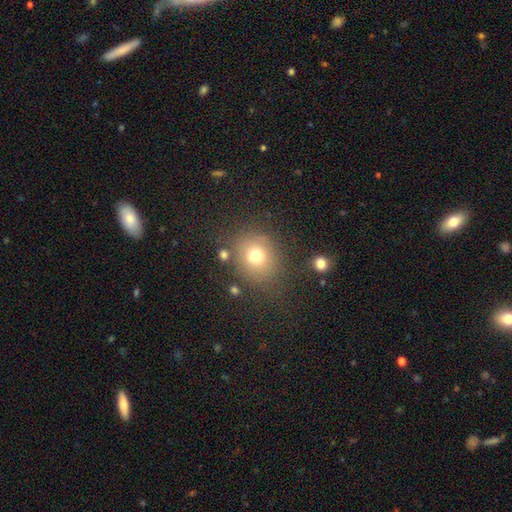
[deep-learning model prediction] Q: Smooth or featured?
A: smooth (72%); runner-up: star or artifact (15%)
Q: How rounded?
A: round (76%); runner-up: in between (23%)
Q: Merging?
A: none (71%); runner-up: minor disturbance (14%)